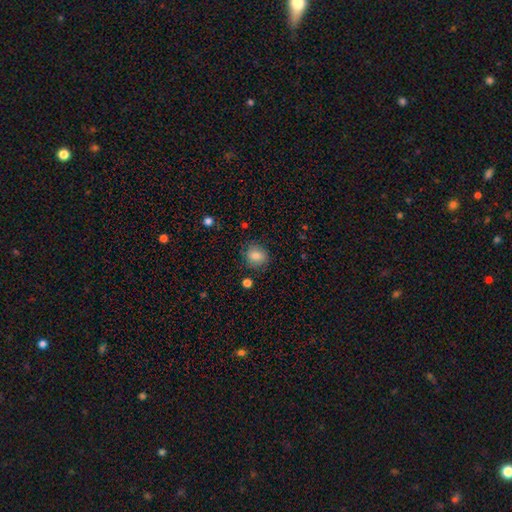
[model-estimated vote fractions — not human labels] Smooth or featured: smooth — 81% (star or artifact — 10%)
How rounded: round — 73% (in between — 26%)
Merging: none — 82% (minor disturbance — 13%)